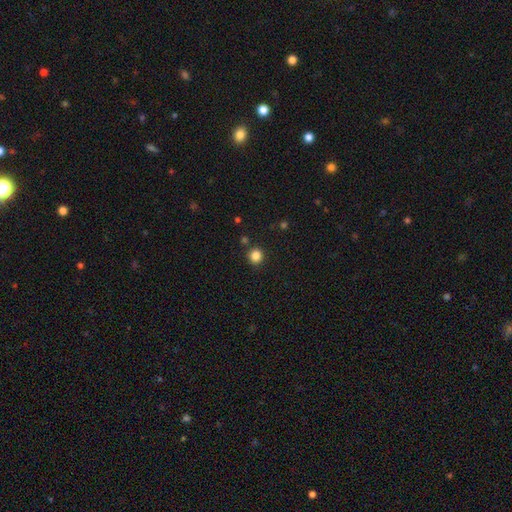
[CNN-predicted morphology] smooth 84%, star or artifact 12%, featured or disk 4%. Down the decision tree: how rounded — round (91%); merging — none (88%).